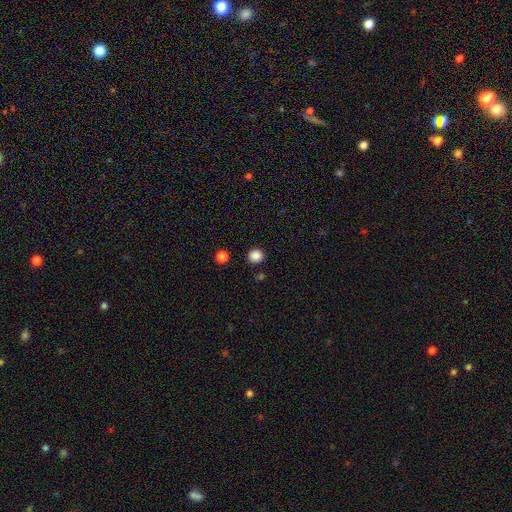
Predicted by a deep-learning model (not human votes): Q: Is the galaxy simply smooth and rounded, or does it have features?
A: smooth — 86%.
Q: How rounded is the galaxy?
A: round — 90%.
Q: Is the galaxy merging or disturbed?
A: none — 90%.